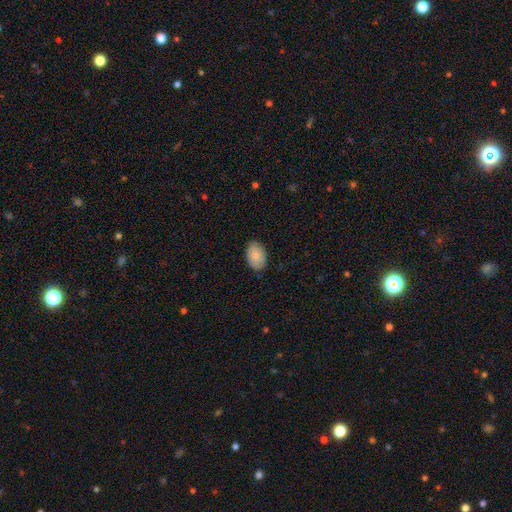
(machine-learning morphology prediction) A smooth galaxy with no disk features (86%) that is in between round and cigar-shaped (89%).

Vote fractions:
- Smooth or featured? smooth: 86% / featured or disk: 8% / star or artifact: 6%
- How rounded? in between: 89% / round: 10% / cigar-shaped: 1%
- Merging? none: 85% / minor disturbance: 12% / major disturbance: 2% / merger: 1%